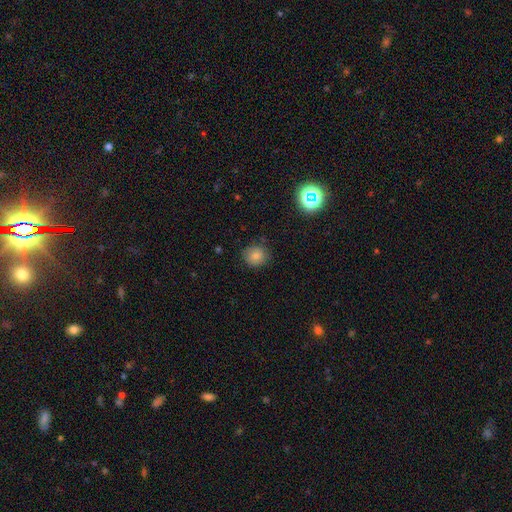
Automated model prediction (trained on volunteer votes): This appears to be a smooth galaxy with no disk features (80%) that is round (86%). Merging: none (81%).